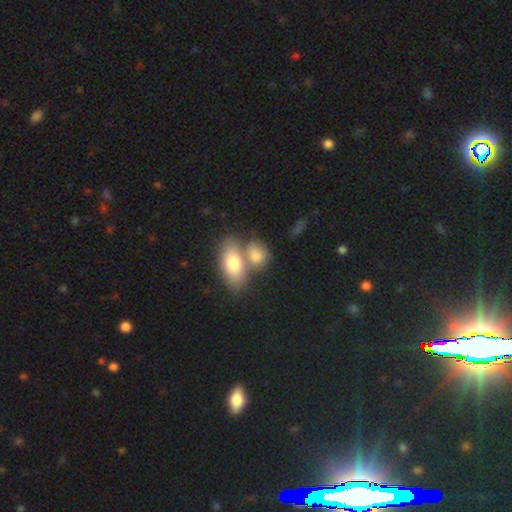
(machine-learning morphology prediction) Smooth or featured: smooth — 77% (featured or disk — 15%)
How rounded: in between — 72% (round — 23%)
Merging: merger — 50% (none — 35%)